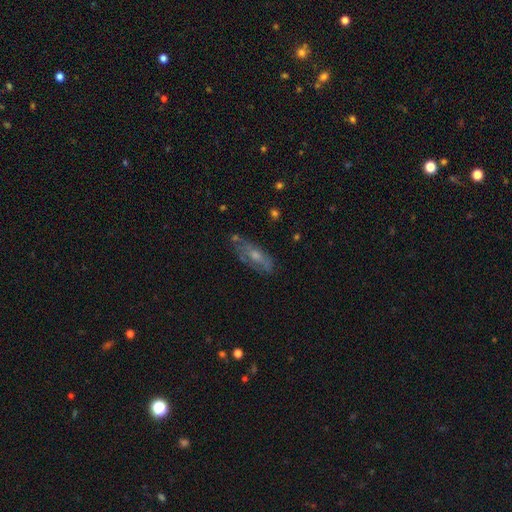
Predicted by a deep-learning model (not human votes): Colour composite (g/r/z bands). It shows a featured or disk galaxy (53%). Merging: none (61%).